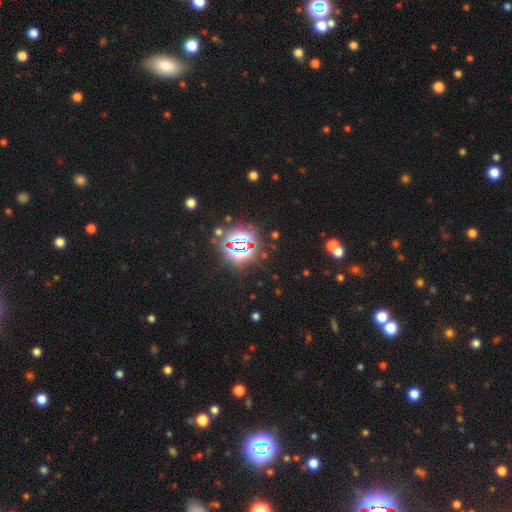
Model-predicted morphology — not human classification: The model was most divided on "smooth or featured": star or artifact: 77%, smooth: 15%, featured or disk: 7%.